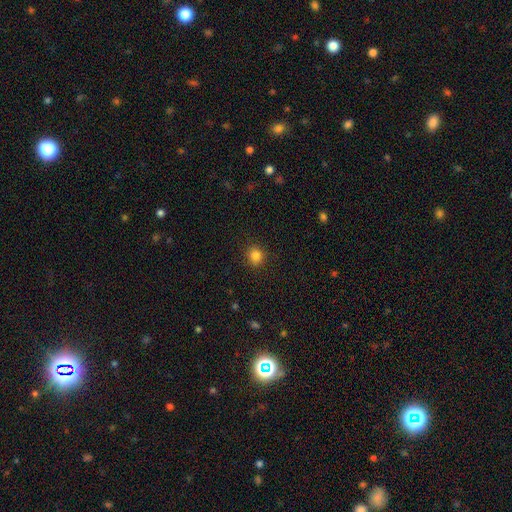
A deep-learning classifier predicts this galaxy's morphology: type=smooth (83%); roundness=round (84%); merging=none (89%).